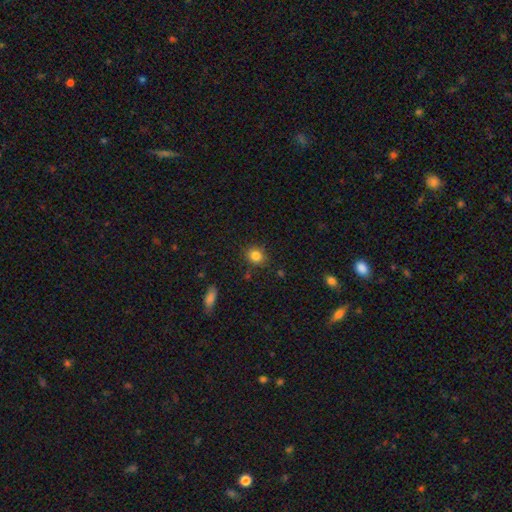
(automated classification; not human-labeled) smooth 83%, star or artifact 11%, featured or disk 6%. Down the decision tree: how rounded — round (72%); merging — none (84%).